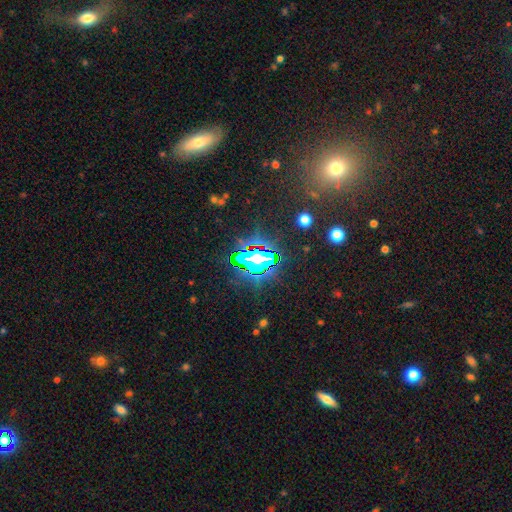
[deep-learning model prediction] Morphology: type=star or artifact (76%).